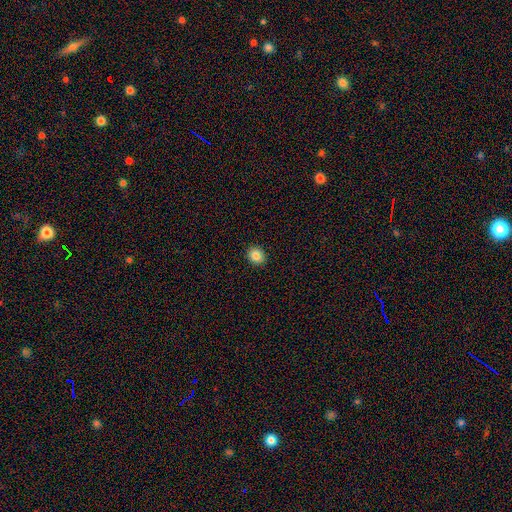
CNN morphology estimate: Overall: smooth (85%). How rounded: round (71%). Merging: none (92%).